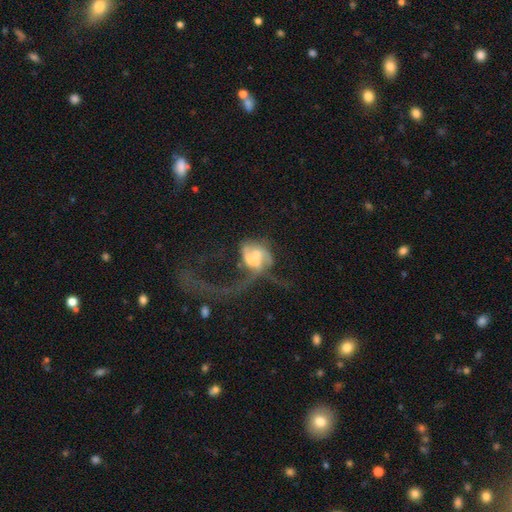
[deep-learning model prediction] Q: Smooth or featured?
A: featured or disk (66%); runner-up: smooth (26%)
Q: Edge-on disk?
A: no (97%); runner-up: yes (3%)
Q: Bar?
A: no (65%); runner-up: weak (27%)
Q: Spiral arms?
A: yes (66%); runner-up: no (34%)
Q: Bulge size?
A: moderate (49%); runner-up: small (27%)
Q: Merging?
A: major disturbance (47%); runner-up: merger (32%)